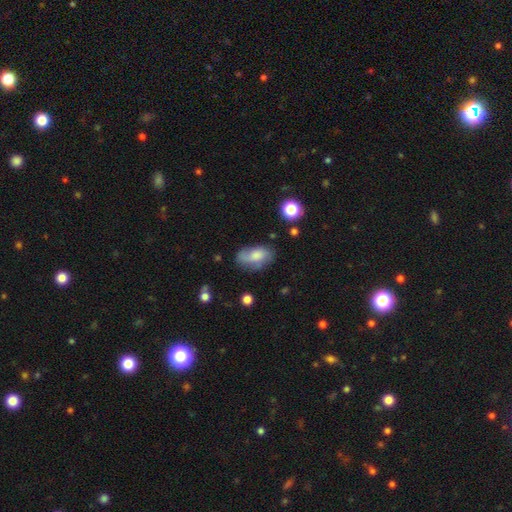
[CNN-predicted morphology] A smooth galaxy with no disk features (60%) that is in between round and cigar-shaped (90%).

Vote fractions:
- Smooth or featured? smooth: 60% / featured or disk: 32% / star or artifact: 9%
- How rounded? in between: 90% / round: 8% / cigar-shaped: 3%
- Merging? none: 58% / minor disturbance: 27% / major disturbance: 11% / merger: 4%